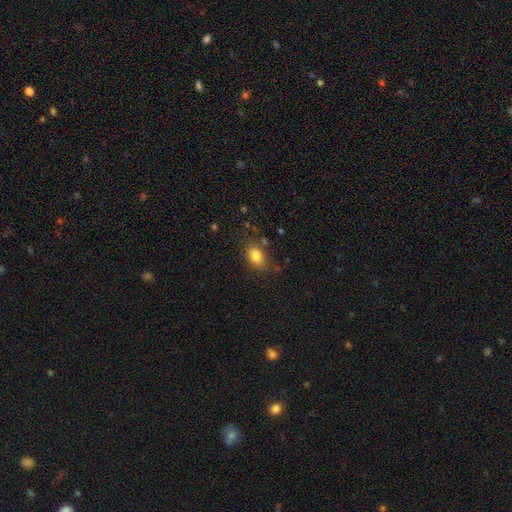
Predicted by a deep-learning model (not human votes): Smooth or featured? Predicted: smooth (p=0.81). How rounded? Predicted: in between (p=0.80). Merging? Predicted: none (p=0.74).